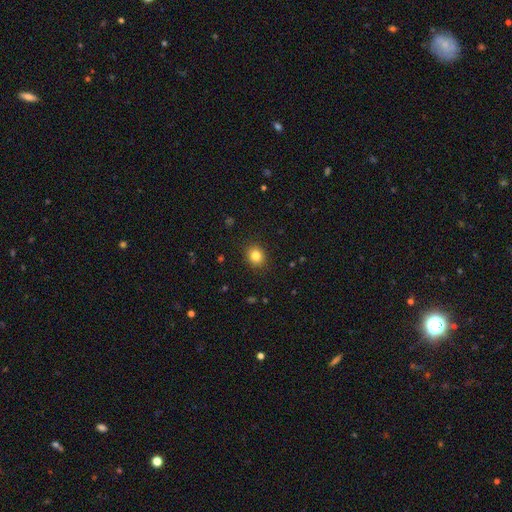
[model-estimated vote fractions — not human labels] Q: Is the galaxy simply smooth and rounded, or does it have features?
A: smooth — 83%.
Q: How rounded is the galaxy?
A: round — 72%.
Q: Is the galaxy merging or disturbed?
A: none — 89%.